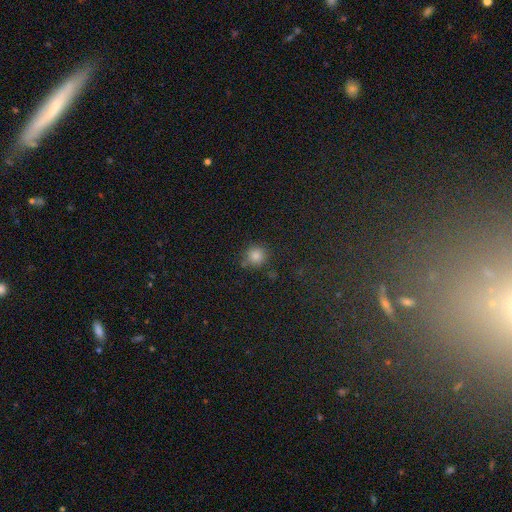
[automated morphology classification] A smooth galaxy with no disk features (79%) that is round (93%). Merging: none (76%).